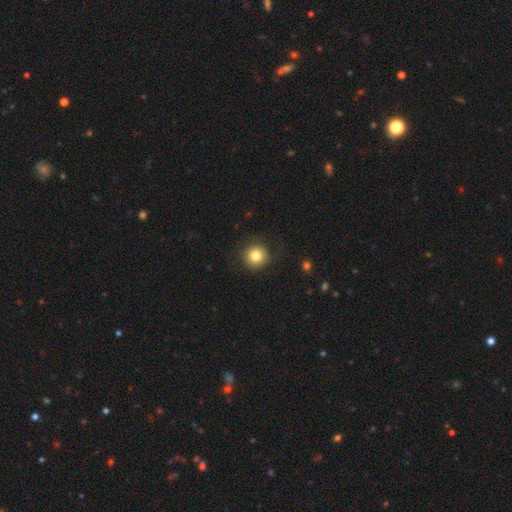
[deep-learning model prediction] This is clearly a smooth galaxy (81%). How rounded: clearly round (94%). Merging: clearly none (86%).